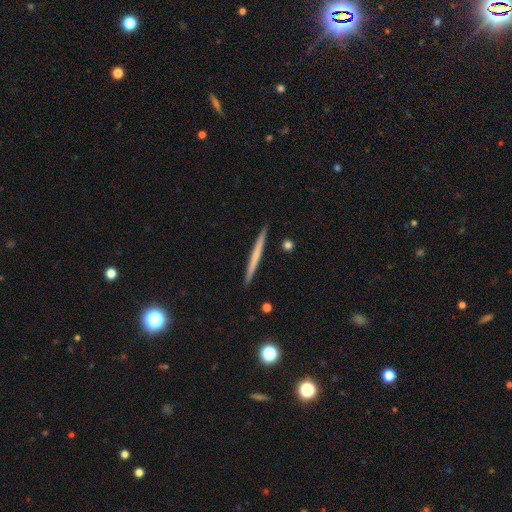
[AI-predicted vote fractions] Q: Smooth or featured?
A: smooth (50%); runner-up: featured or disk (45%)
Q: Merging?
A: none (92%); runner-up: minor disturbance (5%)